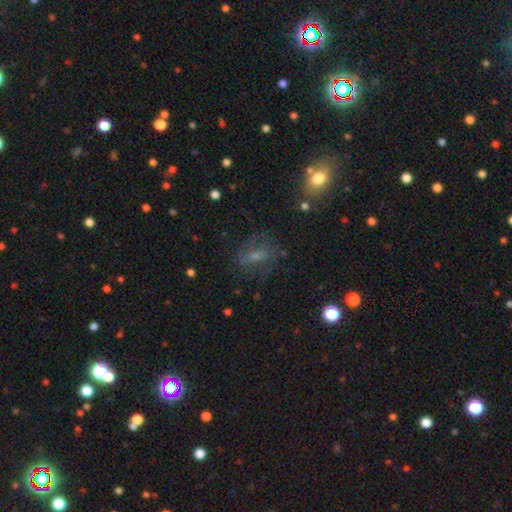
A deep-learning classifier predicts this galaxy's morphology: Q: Smooth or featured?
A: featured or disk (41%); runner-up: smooth (40%)
Q: Merging?
A: none (65%); runner-up: minor disturbance (19%)